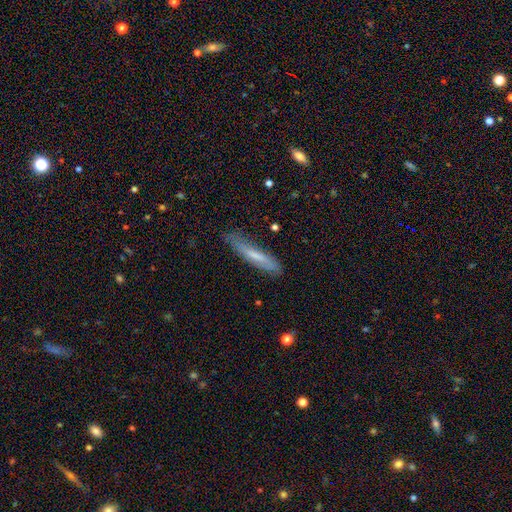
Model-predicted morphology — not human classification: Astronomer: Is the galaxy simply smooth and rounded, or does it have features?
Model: smooth — 60%.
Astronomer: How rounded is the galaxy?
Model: cigar-shaped — 87%.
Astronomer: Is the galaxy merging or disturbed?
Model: none — 69%.